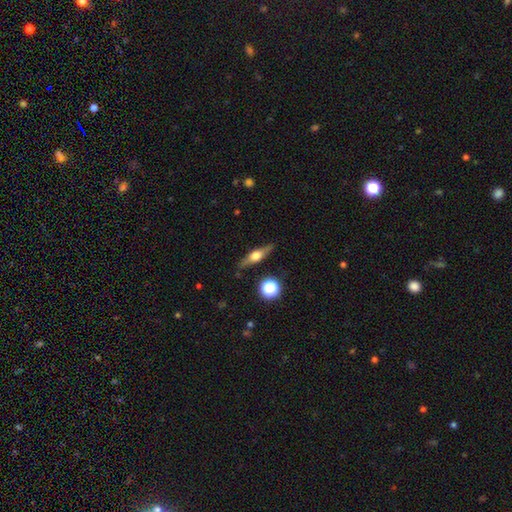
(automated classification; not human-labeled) Smooth or featured?
  - featured or disk: 59% *
  - smooth: 33%
  - star or artifact: 8%
Edge-on disk?
  - yes: 93% *
  - no: 7%
Edge-on bulge?
  - rounded: 93% *
  - boxy: 5%
  - none: 2%
Merging?
  - none: 83% *
  - minor disturbance: 12%
  - major disturbance: 3%
  - merger: 2%